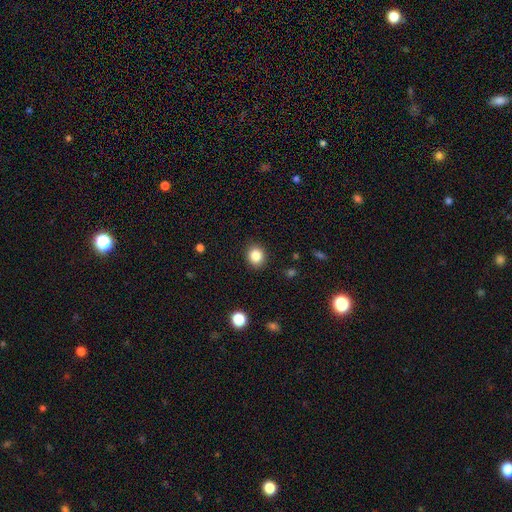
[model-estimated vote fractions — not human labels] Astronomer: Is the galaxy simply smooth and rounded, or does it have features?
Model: smooth — 85%.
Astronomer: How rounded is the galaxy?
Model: round — 70%.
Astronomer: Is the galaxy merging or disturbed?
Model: none — 90%.